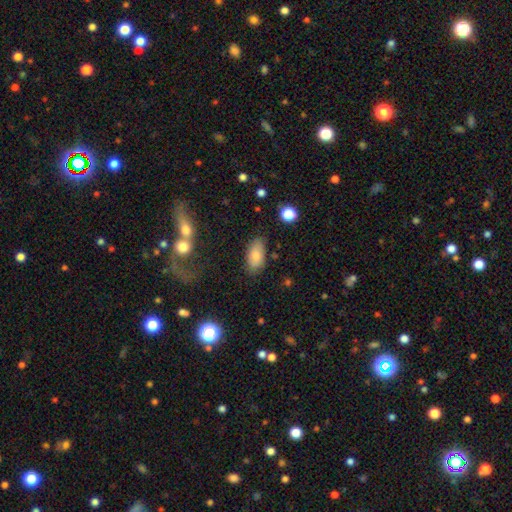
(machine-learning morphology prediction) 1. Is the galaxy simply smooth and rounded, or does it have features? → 74% smooth, 18% featured or disk, 8% star or artifact.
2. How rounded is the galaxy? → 92% in between, 4% cigar-shaped, 4% round.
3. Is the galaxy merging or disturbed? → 75% none, 18% minor disturbance, 4% major disturbance, 3% merger.